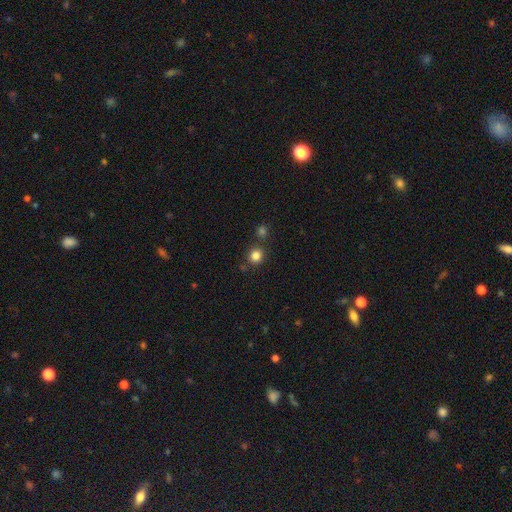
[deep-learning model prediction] The model was most divided on "smooth or featured": smooth: 83%, star or artifact: 13%, featured or disk: 5%. More confident: how rounded — round (87%); merging — none (80%).